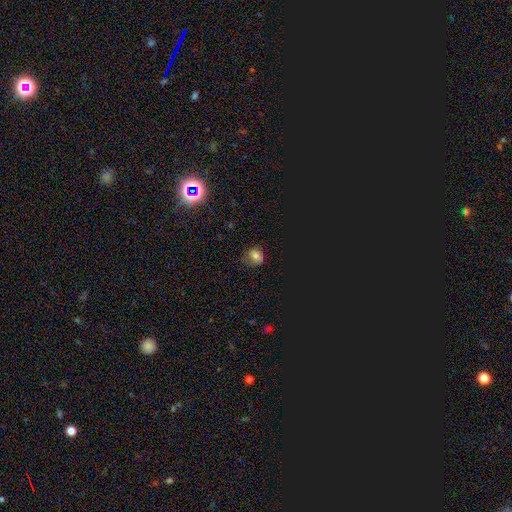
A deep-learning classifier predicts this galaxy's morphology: smooth-or-featured: smooth: 62% | star or artifact: 26% | featured or disk: 12%
  how-rounded: round: 68% | in between: 30% | cigar-shaped: 1%
  merging: none: 65% | minor disturbance: 24% | major disturbance: 9% | merger: 2%